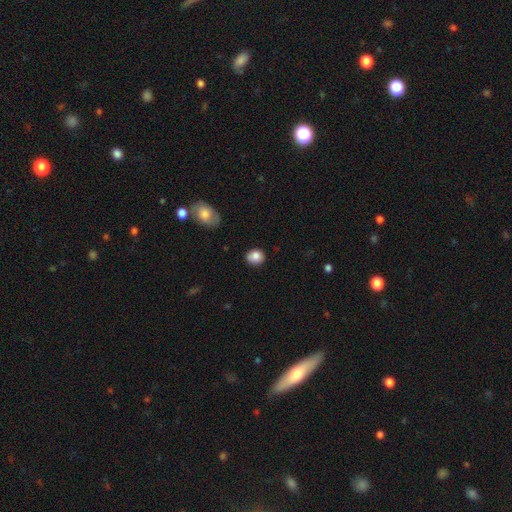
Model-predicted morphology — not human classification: Smooth or featured? smooth (84%)
How rounded? round (70%)
Merging? none (83%)